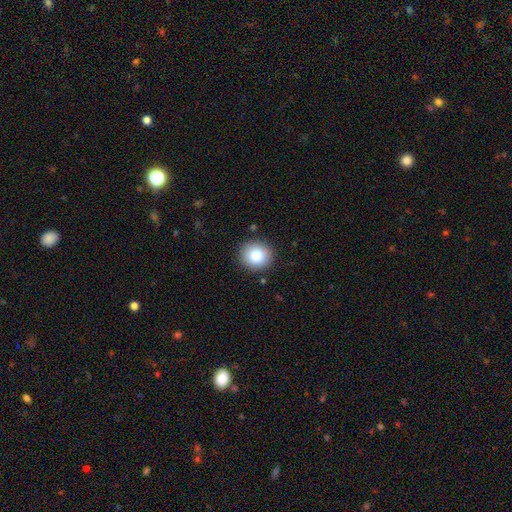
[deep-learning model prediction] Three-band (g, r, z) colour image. It shows a smooth galaxy with no disk features (83%) that is round (84%). Merging: none (89%).